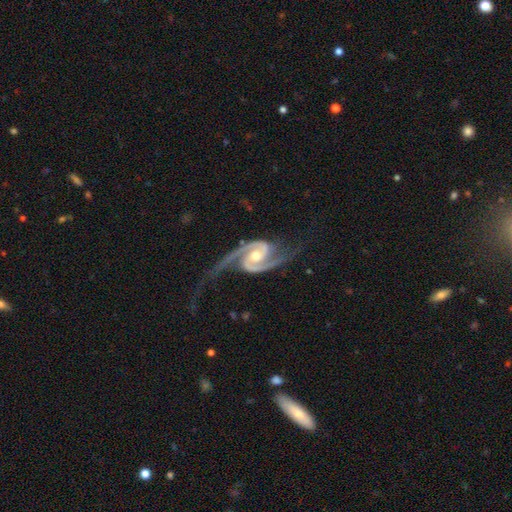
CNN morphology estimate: type=featured or disk (94%); edge-on=no (98%); bar=no (48%); spiral arms=yes (99%); winding=medium (56%); arm count=2 (94%); bulge=moderate (68%); merging=none (64%).